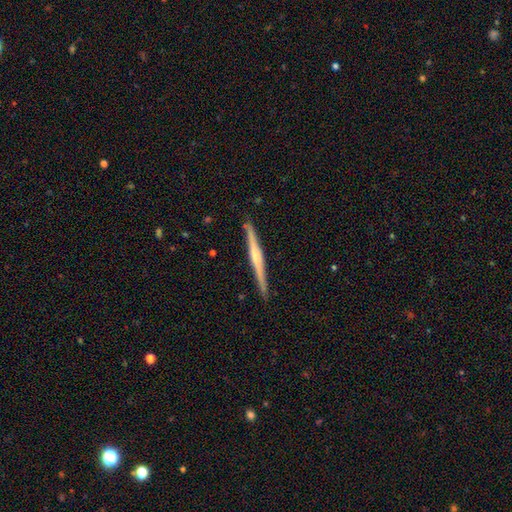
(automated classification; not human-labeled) This appears to be a featured or disk galaxy (69%) viewed edge-on (98%) with a rounded central bulge (56%). Merging: none (90%).